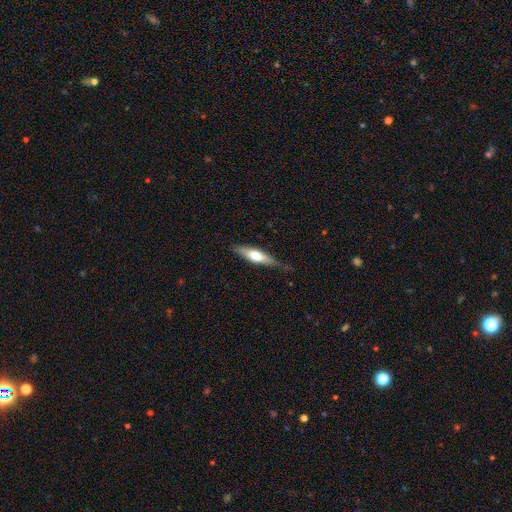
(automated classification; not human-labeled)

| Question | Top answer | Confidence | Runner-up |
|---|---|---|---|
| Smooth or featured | smooth | 50% | featured or disk (45%) |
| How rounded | cigar-shaped | 69% | in between (29%) |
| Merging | none | 71% | minor disturbance (22%) |